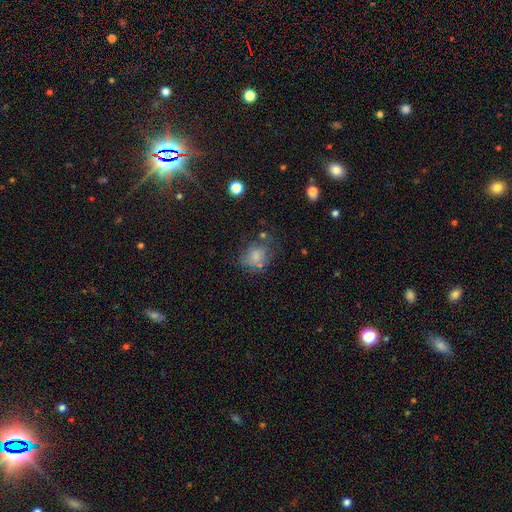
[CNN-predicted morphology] smooth-or-featured: smooth: 68% | featured or disk: 18% | star or artifact: 13%
  how-rounded: round: 57% | in between: 42% | cigar-shaped: 1%
  merging: none: 50% | minor disturbance: 26% | major disturbance: 18% | merger: 6%